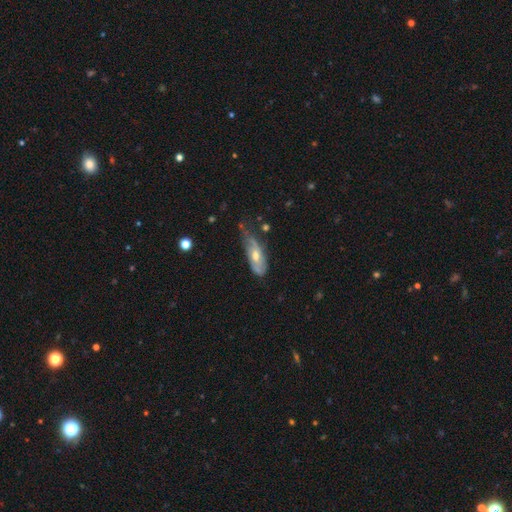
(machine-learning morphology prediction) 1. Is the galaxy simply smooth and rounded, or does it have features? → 55% featured or disk, 38% smooth, 7% star or artifact.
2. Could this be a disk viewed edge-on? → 81% no, 19% yes.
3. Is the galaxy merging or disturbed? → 41% minor disturbance, 33% none, 22% major disturbance, 4% merger.